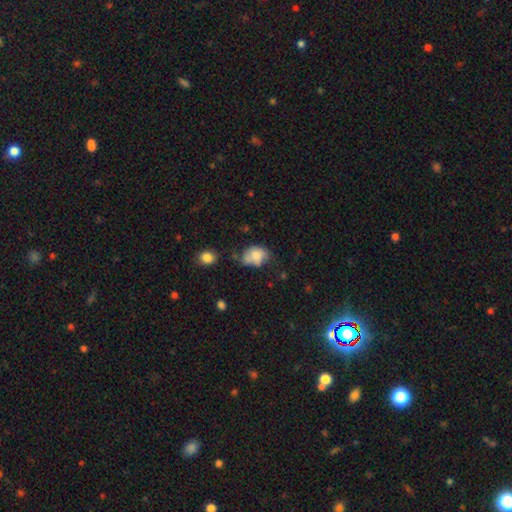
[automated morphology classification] Smooth or featured? Predicted: smooth (p=0.70). How rounded? Predicted: in between (p=0.72). Merging? Predicted: none (p=0.39).